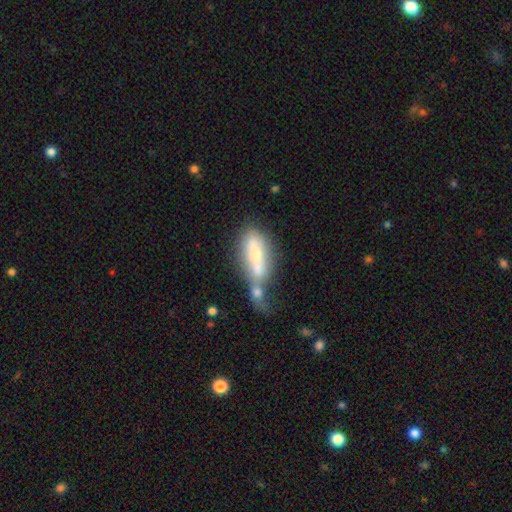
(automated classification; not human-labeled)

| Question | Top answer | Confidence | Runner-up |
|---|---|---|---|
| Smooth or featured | smooth | 55% | featured or disk (37%) |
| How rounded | in between | 67% | cigar-shaped (30%) |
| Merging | merger | 55% | none (17%) |